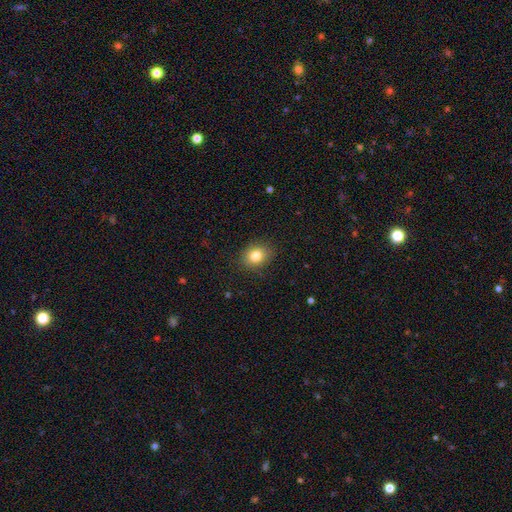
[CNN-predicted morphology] The model was most divided on "how rounded": round: 53%, in between: 46%, cigar-shaped: 1%. More confident: merging — none (87%); smooth or featured — smooth (81%).